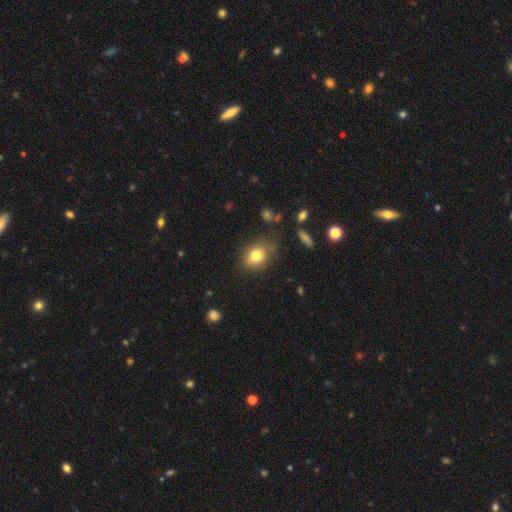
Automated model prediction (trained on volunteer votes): Morphology: type=smooth (79%); roundness=in between (58%); merging=none (71%).